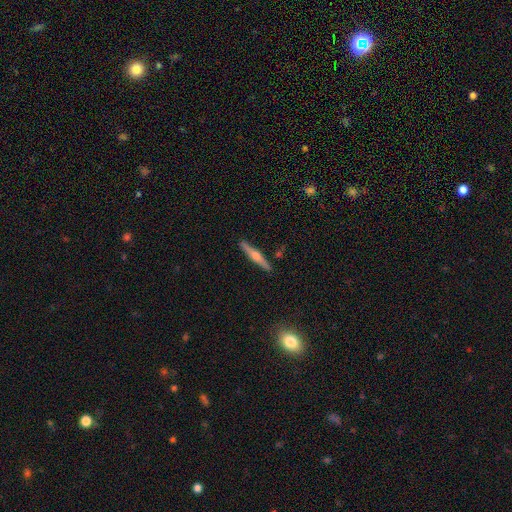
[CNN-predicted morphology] type=featured or disk (67%); edge-on=yes (97%); edge-on bulge=rounded (93%); merging=none (90%).